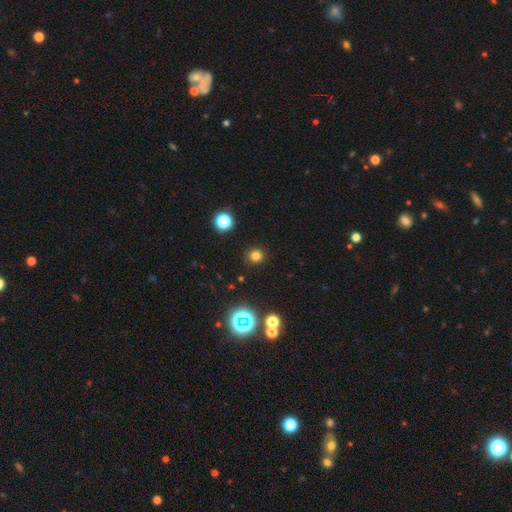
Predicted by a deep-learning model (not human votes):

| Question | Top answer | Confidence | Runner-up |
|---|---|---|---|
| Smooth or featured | smooth | 76% | star or artifact (19%) |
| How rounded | round | 93% | in between (6%) |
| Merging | none | 91% | minor disturbance (5%) |